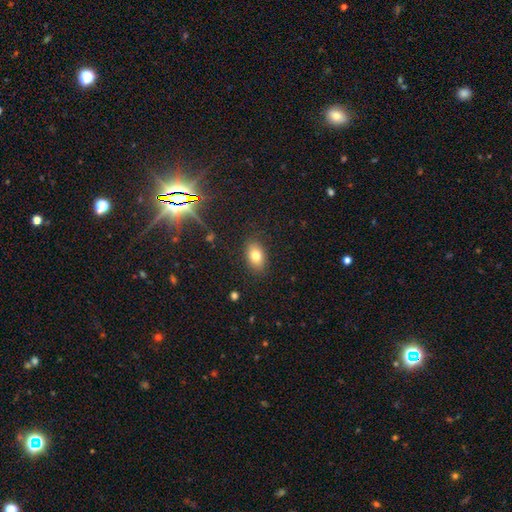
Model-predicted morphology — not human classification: This appears to be a smooth galaxy with no disk features (78%) that is in between round and cigar-shaped (84%). Merging: none (87%).